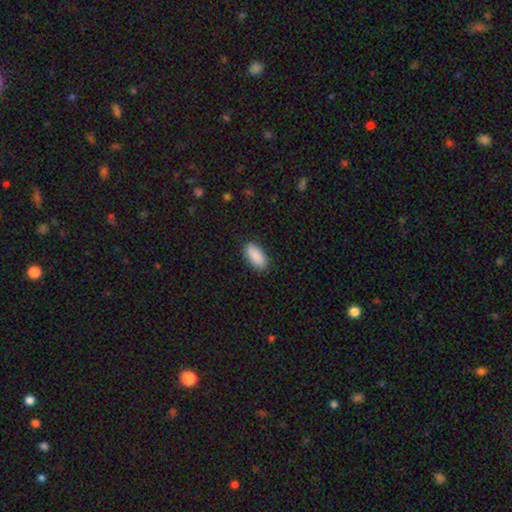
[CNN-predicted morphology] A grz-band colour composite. It shows a smooth galaxy with no disk features (90%) that is in between round and cigar-shaped (92%). Merging: none (88%).